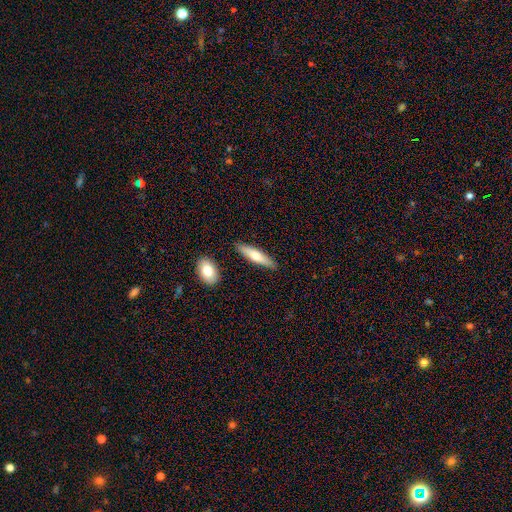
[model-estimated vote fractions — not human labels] Q: Smooth or featured?
A: smooth (61%); runner-up: featured or disk (33%)
Q: How rounded?
A: cigar-shaped (74%); runner-up: in between (24%)
Q: Merging?
A: none (86%); runner-up: minor disturbance (9%)